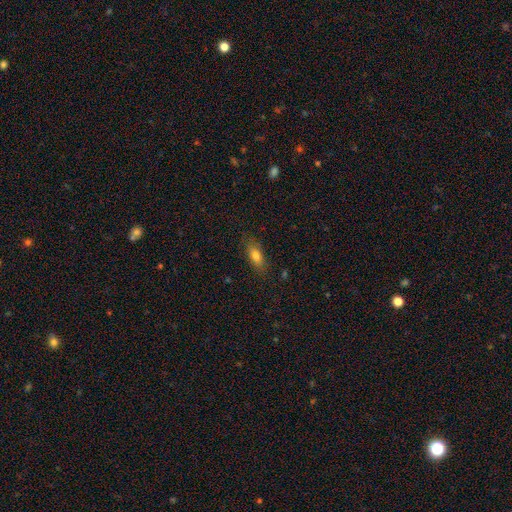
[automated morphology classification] A smooth galaxy with no disk features (80%) that is in between round and cigar-shaped (76%).

Vote fractions:
- Smooth or featured? smooth: 80% / featured or disk: 12% / star or artifact: 8%
- How rounded? in between: 76% / cigar-shaped: 21% / round: 3%
- Merging? none: 81% / minor disturbance: 14% / major disturbance: 4% / merger: 1%